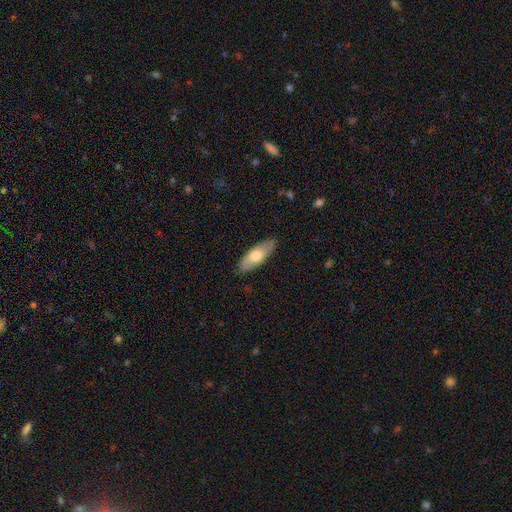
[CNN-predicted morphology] This is likely a smooth galaxy (64%). How rounded: likely in between (69%). Merging: clearly none (85%).